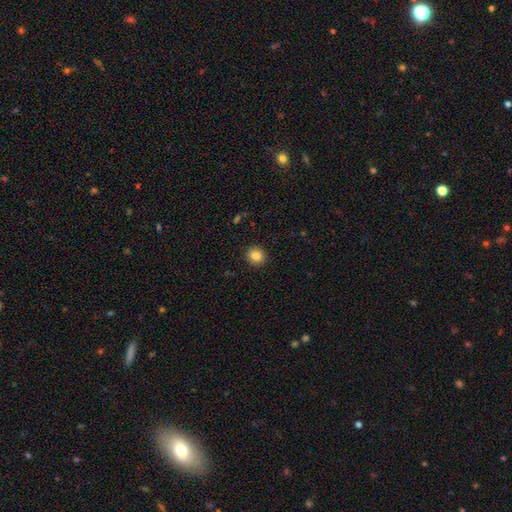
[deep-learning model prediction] Overall: smooth (86%). How rounded: round (84%). Merging: none (91%).